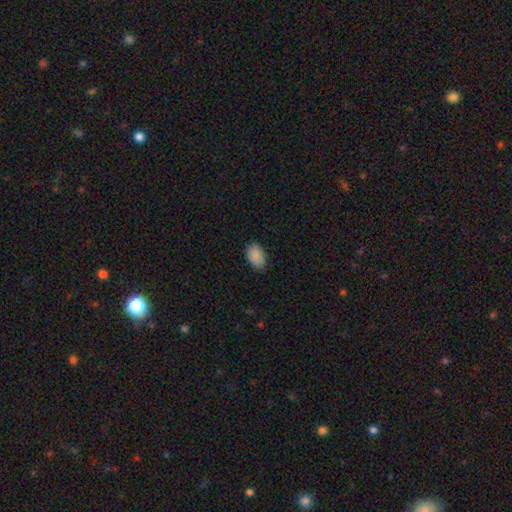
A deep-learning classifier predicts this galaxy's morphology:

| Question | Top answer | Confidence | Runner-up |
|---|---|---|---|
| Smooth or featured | smooth | 89% | star or artifact (7%) |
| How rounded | in between | 91% | round (8%) |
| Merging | none | 81% | minor disturbance (15%) |